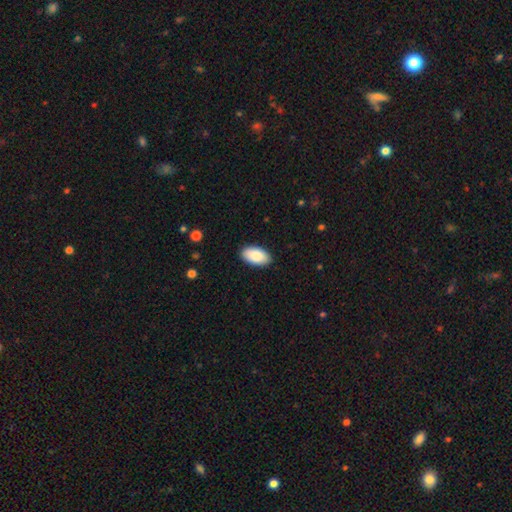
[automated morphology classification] smooth 89%, star or artifact 6%, featured or disk 5%. Down the decision tree: how rounded — in between (96%); merging — none (89%).